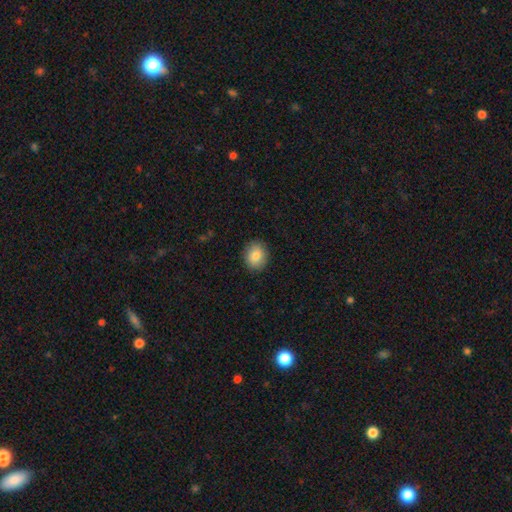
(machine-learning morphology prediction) Smooth or featured?
  - smooth: 84% *
  - featured or disk: 8%
  - star or artifact: 8%
How rounded?
  - round: 63% *
  - in between: 36%
  - cigar-shaped: 1%
Merging?
  - none: 90% *
  - minor disturbance: 7%
  - major disturbance: 2%
  - merger: 1%